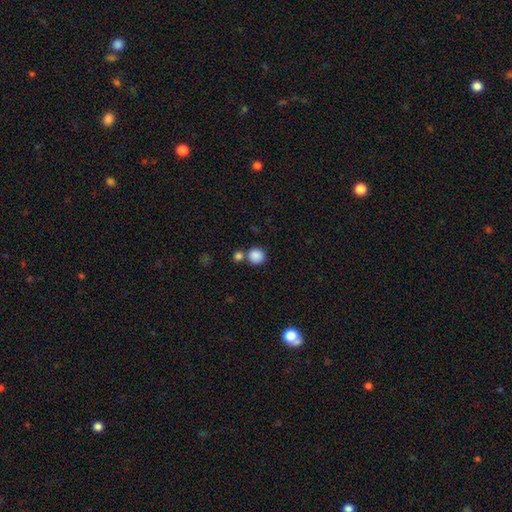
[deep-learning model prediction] smooth_or_featured: smooth (p=0.87) [alt: star or artifact p=0.09]
how_rounded: round (p=0.91) [alt: in between p=0.08]
merging: none (p=0.66) [alt: merger p=0.23]